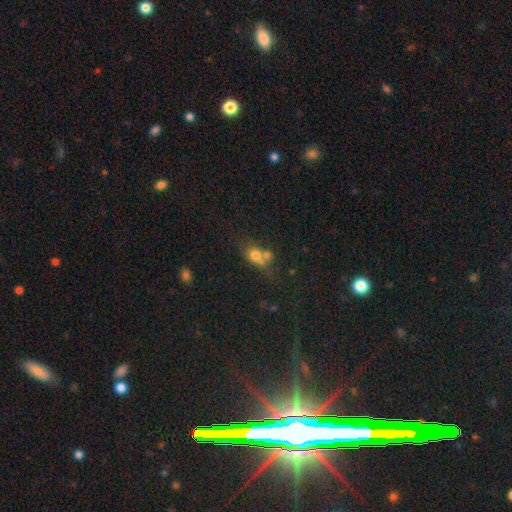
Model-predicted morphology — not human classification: Smooth or featured? smooth (67%)
How rounded? round (55%)
Merging? merger (51%)